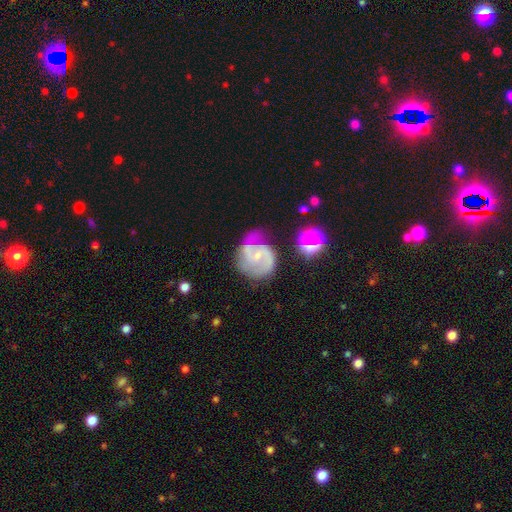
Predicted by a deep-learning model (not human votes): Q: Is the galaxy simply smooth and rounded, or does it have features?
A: featured or disk — 82%.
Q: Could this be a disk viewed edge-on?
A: no — 98%.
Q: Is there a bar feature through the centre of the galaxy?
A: no — 51%.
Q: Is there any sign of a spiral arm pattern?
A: yes — 95%.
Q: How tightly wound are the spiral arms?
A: medium — 47%.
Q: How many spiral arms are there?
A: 2 — 72%.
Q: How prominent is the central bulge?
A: small — 70%.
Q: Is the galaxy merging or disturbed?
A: none — 55%.